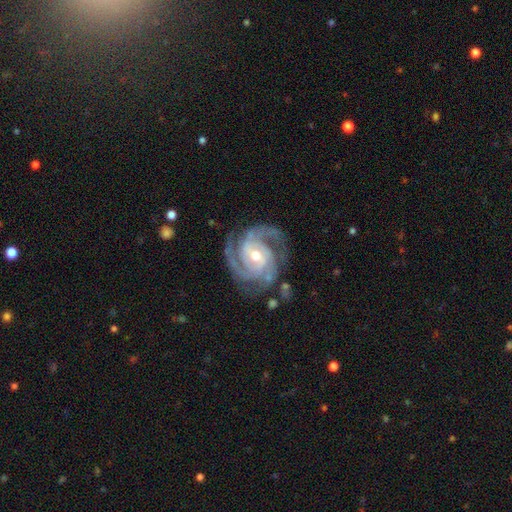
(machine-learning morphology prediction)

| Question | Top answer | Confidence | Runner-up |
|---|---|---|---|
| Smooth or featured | featured or disk | 94% | star or artifact (4%) |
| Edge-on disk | no | 98% | yes (2%) |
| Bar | no | 49% | weak (36%) |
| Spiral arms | yes | 99% | no (1%) |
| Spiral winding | tight | 64% | medium (33%) |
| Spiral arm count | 3 | 54% | 2 (19%) |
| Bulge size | moderate | 60% | small (36%) |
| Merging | none | 77% | minor disturbance (15%) |